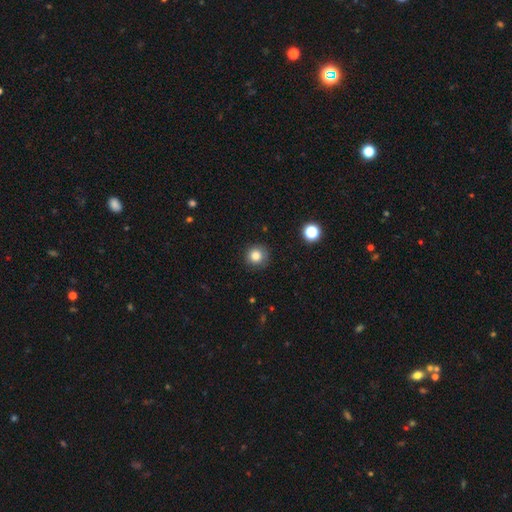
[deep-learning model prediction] Q: Smooth or featured?
A: smooth (82%); runner-up: star or artifact (12%)
Q: How rounded?
A: round (93%); runner-up: in between (6%)
Q: Merging?
A: none (88%); runner-up: minor disturbance (9%)